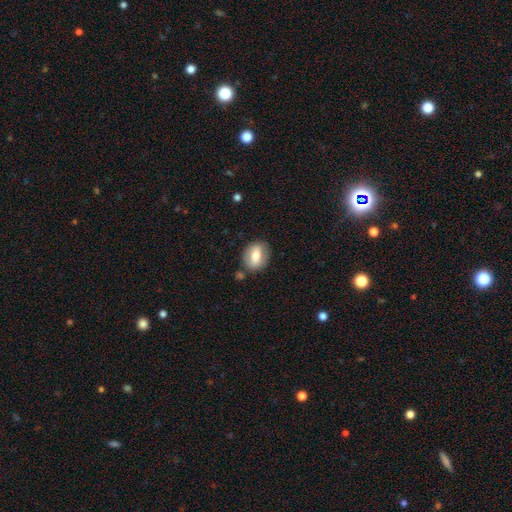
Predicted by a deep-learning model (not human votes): smooth-or-featured: smooth: 63% | featured or disk: 30% | star or artifact: 7%
  how-rounded: in between: 58% | round: 40% | cigar-shaped: 2%
  merging: none: 81% | minor disturbance: 12% | merger: 4% | major disturbance: 3%